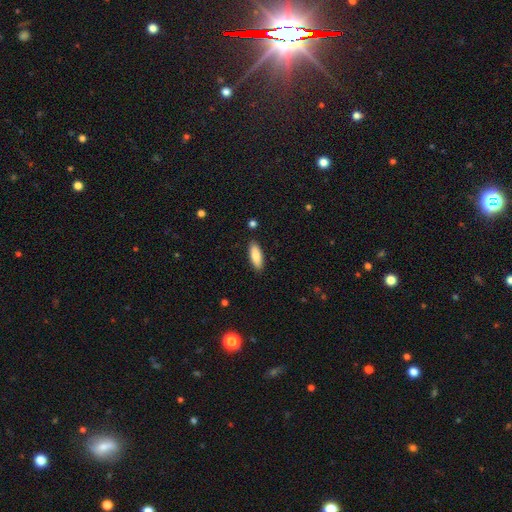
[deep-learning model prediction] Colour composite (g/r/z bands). It shows a smooth galaxy with no disk features (85%) that is in between round and cigar-shaped (60%). Merging: none (89%).